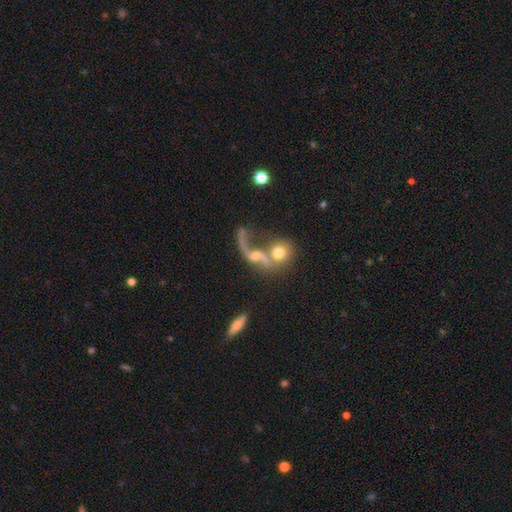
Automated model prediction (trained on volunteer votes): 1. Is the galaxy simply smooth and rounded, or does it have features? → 57% featured or disk, 31% smooth, 11% star or artifact.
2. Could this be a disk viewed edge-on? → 91% no, 9% yes.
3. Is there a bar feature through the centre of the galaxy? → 65% no, 27% weak, 9% strong.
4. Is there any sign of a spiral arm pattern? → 68% yes, 32% no.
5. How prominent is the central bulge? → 45% moderate, 30% small, 12% large, 9% none, 4% dominant.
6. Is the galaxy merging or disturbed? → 54% merger, 20% major disturbance, 18% none, 8% minor disturbance.